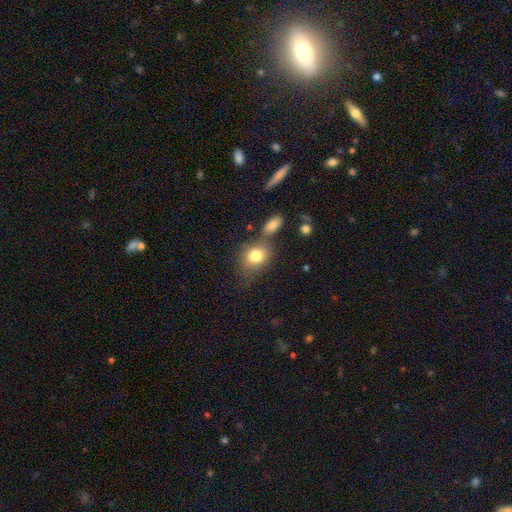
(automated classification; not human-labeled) smooth-or-featured: smooth: 80% | featured or disk: 11% | star or artifact: 9%
  how-rounded: in between: 52% | round: 46% | cigar-shaped: 2%
  merging: none: 52% | merger: 24% | minor disturbance: 17% | major disturbance: 7%